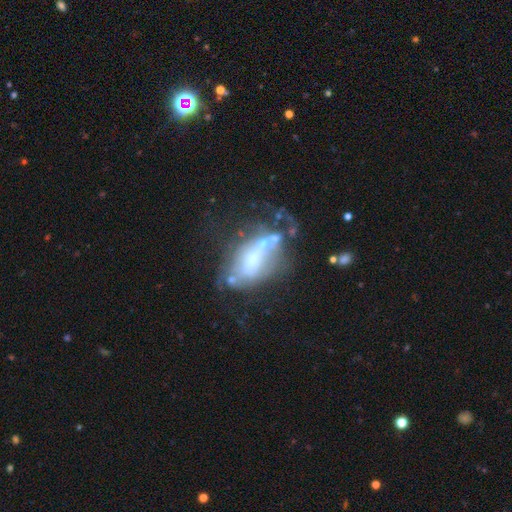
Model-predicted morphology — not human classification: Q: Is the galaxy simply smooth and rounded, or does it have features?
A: featured or disk — 61%.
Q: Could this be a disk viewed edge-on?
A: no — 87%.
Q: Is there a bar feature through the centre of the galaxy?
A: no — 53%.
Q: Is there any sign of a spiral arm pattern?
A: no — 76%.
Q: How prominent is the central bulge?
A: moderate — 35%.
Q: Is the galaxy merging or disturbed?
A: major disturbance — 29%, tied with none.